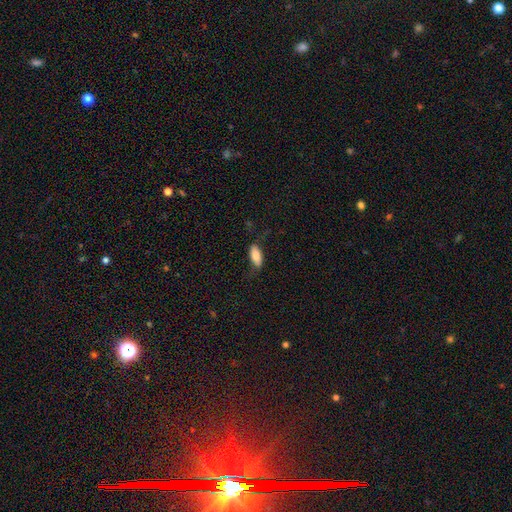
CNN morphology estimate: The model was most divided on "merging": none: 67%, minor disturbance: 22%, major disturbance: 9%, merger: 1%. More confident: smooth or featured — smooth (81%); how rounded — in between (81%).